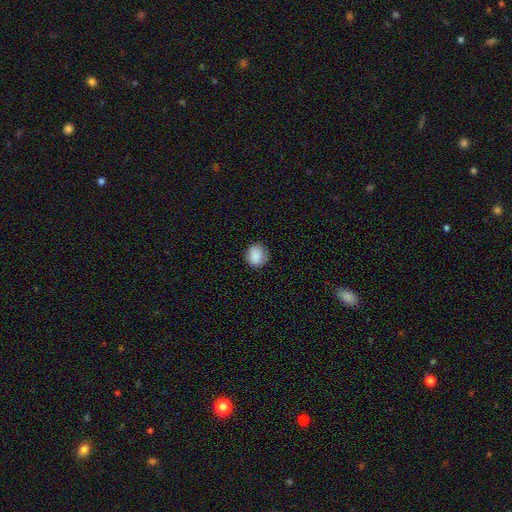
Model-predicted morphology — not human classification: smooth 88%, star or artifact 8%, featured or disk 4%. Down the decision tree: how rounded — round (81%); merging — none (83%).